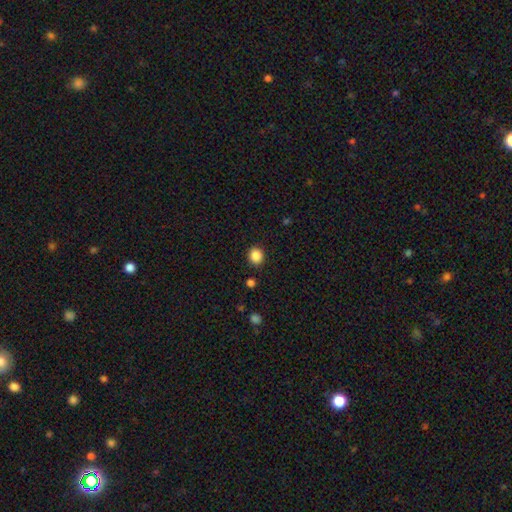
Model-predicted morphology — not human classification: Q: Smooth or featured?
A: smooth (87%); runner-up: star or artifact (10%)
Q: How rounded?
A: round (81%); runner-up: in between (18%)
Q: Merging?
A: none (88%); runner-up: minor disturbance (7%)